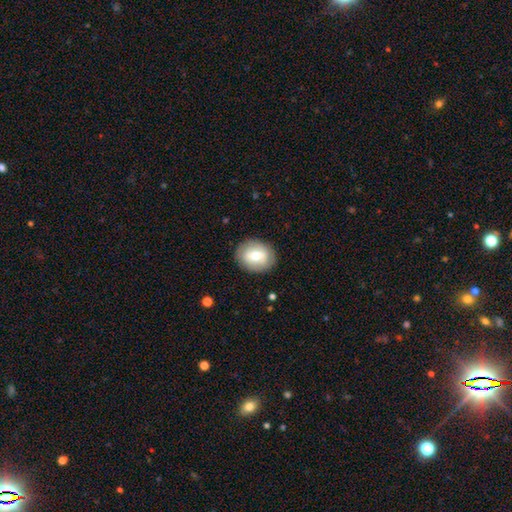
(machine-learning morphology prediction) The model was most divided on "how rounded": round: 60%, in between: 39%, cigar-shaped: 1%. More confident: merging — none (85%); smooth or featured — smooth (62%).